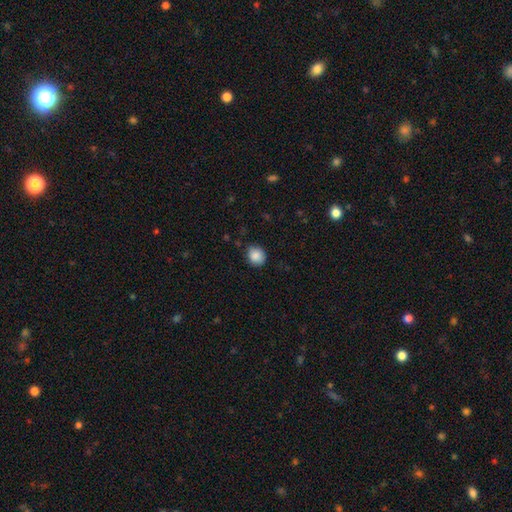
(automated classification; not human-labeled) Overall: smooth (87%). How rounded: round (74%). Merging: none (82%).